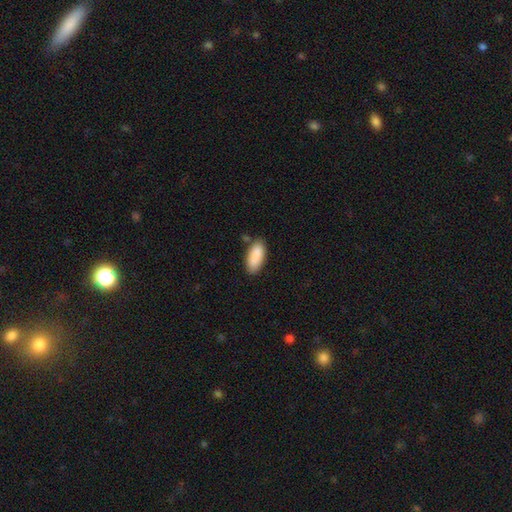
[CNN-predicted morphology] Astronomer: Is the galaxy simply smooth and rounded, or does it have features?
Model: smooth — 89%.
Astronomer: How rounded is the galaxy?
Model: in between — 83%.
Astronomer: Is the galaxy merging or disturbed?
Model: none — 78%.